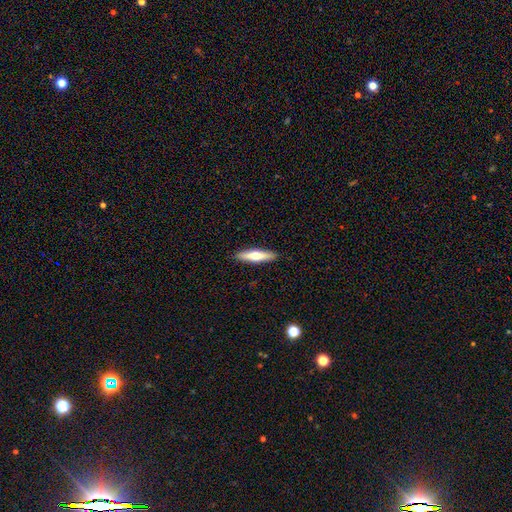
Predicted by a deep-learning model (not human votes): Smooth or featured? Predicted: smooth (p=0.54). How rounded? Predicted: cigar-shaped (p=0.77). Merging? Predicted: none (p=0.91).